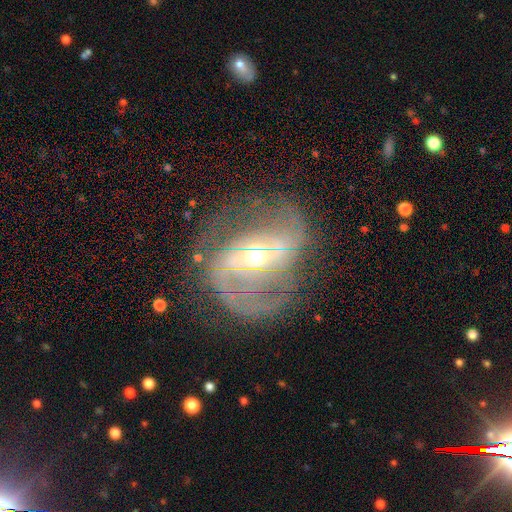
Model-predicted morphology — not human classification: Smooth or featured: featured or disk — 83% (smooth — 10%)
Edge-on disk: no — 95% (yes — 5%)
Bar: strong — 37% (tied with weak — 37%)
Spiral arms: yes — 83% (no — 17%)
Spiral winding: medium — 43% (loose — 35%)
Spiral arm count: 2 — 72% (can't tell — 13%)
Bulge size: moderate — 60% (small — 33%)
Merging: none — 54% (major disturbance — 24%)